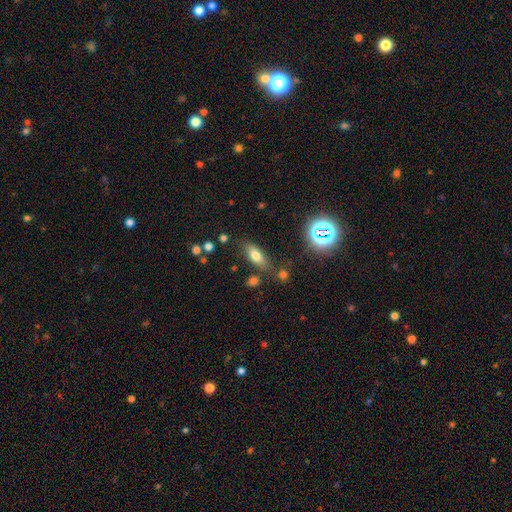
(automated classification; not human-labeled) Q: Smooth or featured?
A: smooth (72%); runner-up: featured or disk (15%)
Q: How rounded?
A: in between (75%); runner-up: cigar-shaped (20%)
Q: Merging?
A: none (75%); runner-up: minor disturbance (14%)